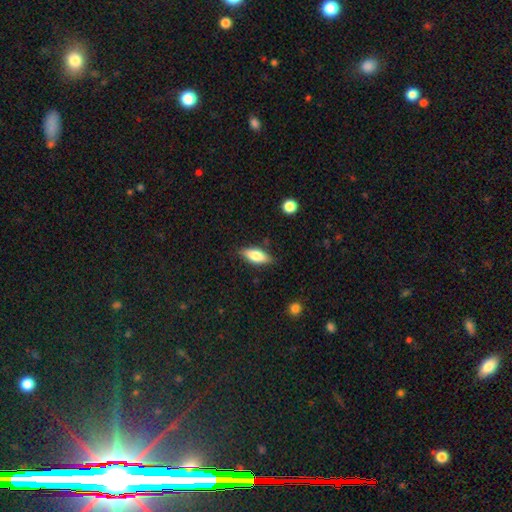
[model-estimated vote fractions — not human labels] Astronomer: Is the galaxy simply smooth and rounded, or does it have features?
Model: smooth — 73%.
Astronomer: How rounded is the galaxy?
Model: in between — 75%.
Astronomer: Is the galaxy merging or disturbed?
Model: none — 83%.